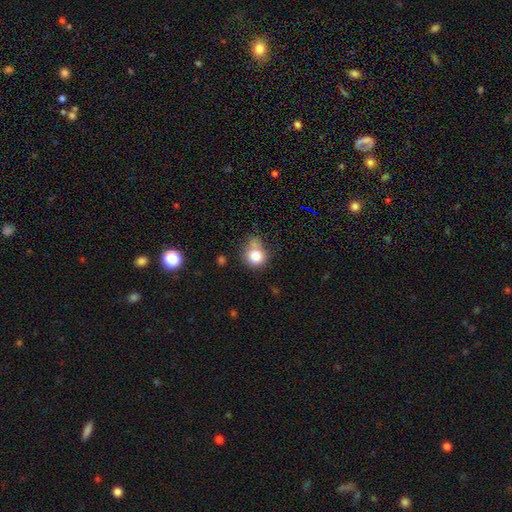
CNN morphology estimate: This appears to be a smooth galaxy with no disk features (81%) that is round (83%). Merging: none (50%).